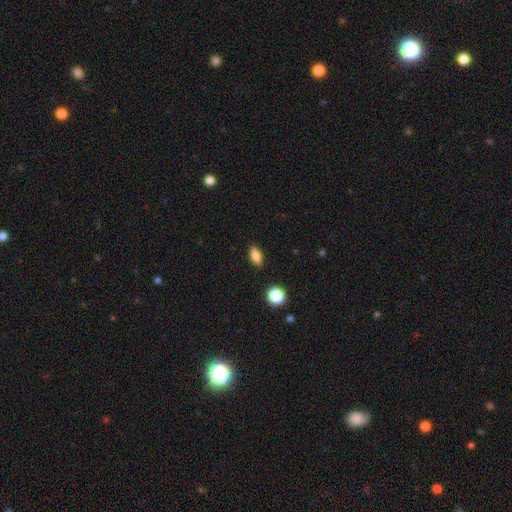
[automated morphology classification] Q: Smooth or featured?
A: smooth (83%); runner-up: star or artifact (9%)
Q: How rounded?
A: in between (82%); runner-up: cigar-shaped (11%)
Q: Merging?
A: none (88%); runner-up: minor disturbance (9%)